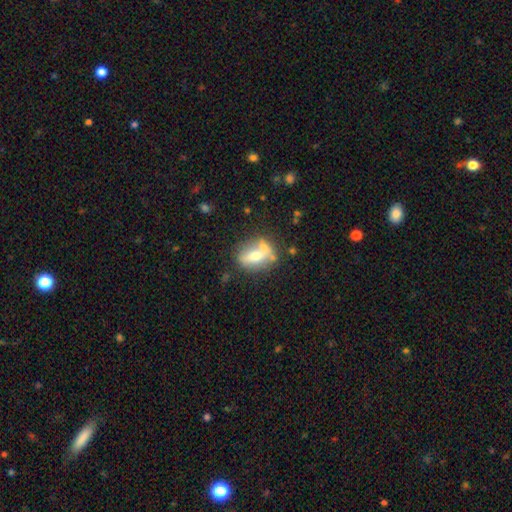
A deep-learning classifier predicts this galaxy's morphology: Smooth or featured?
  - smooth: 53% *
  - featured or disk: 37%
  - star or artifact: 10%
How rounded?
  - in between: 71% *
  - round: 22%
  - cigar-shaped: 7%
Merging?
  - none: 44% *
  - merger: 32%
  - minor disturbance: 16%
  - major disturbance: 7%